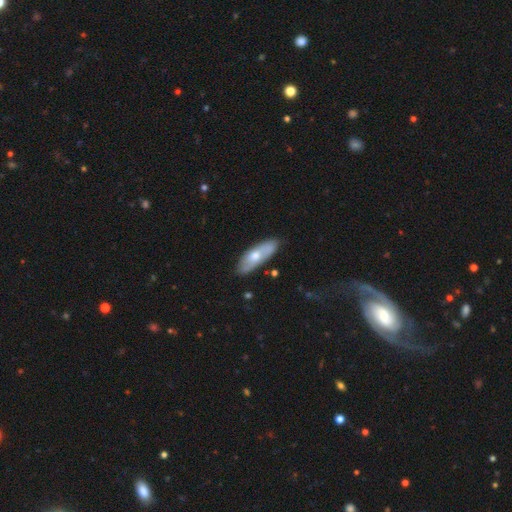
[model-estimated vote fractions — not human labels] Overall: smooth (57%; featured or disk 38%). How rounded: in between (63%; cigar-shaped 35%). Merging: none (79%).